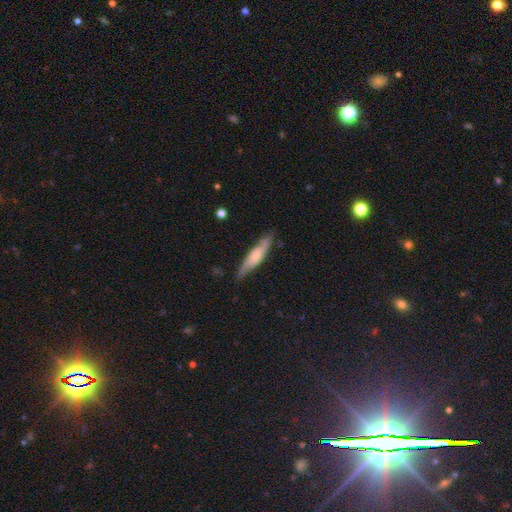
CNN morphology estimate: This is possibly a smooth galaxy (50%). Merging: likely none (76%).